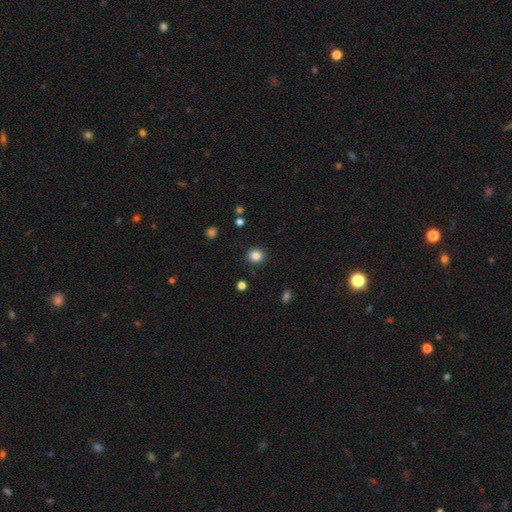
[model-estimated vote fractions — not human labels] This appears to be a smooth galaxy with no disk features (85%) that is round (85%). Merging: none (91%).